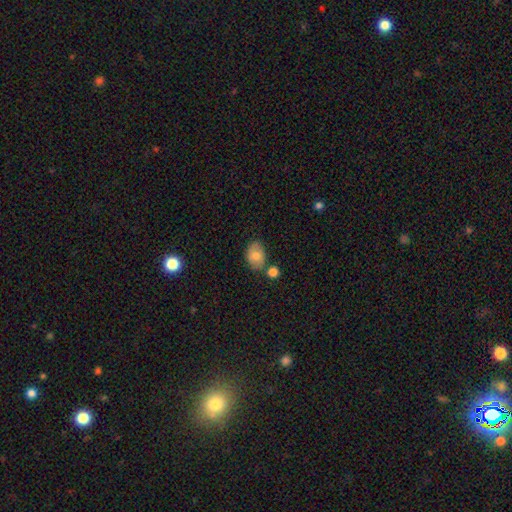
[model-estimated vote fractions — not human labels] smooth 76%, featured or disk 15%, star or artifact 8%. Down the decision tree: how rounded — in between (77%); merging — none (66%).